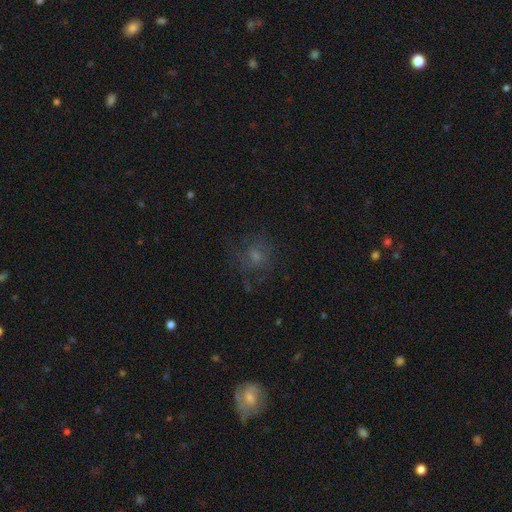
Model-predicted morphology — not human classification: The model was most divided on "smooth or featured": smooth: 51%, featured or disk: 28%, star or artifact: 21%. More confident: how rounded — round (75%); merging — none (65%).